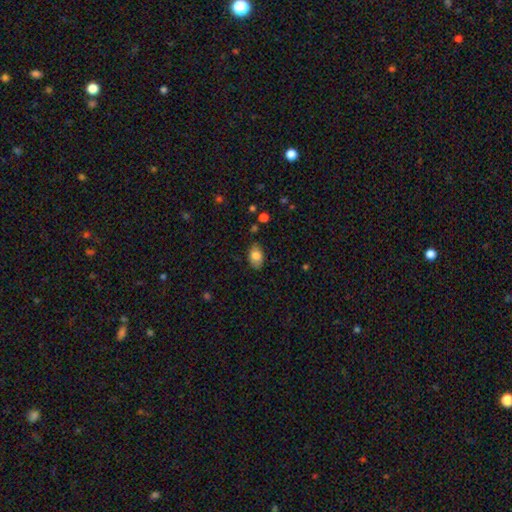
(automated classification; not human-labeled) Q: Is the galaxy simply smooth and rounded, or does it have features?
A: smooth — 78%.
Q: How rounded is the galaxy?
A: in between — 90%.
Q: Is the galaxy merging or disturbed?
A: none — 80%.